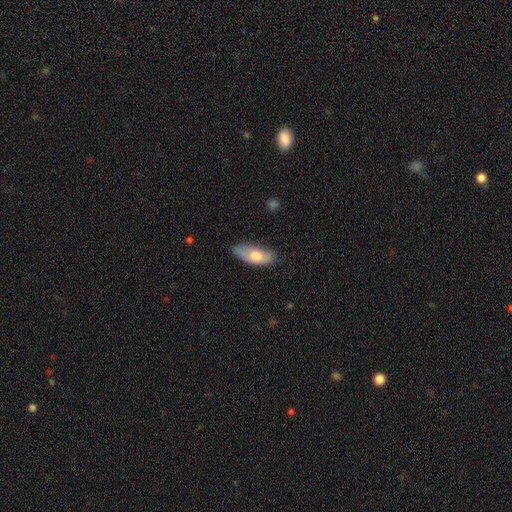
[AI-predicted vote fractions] Morphology: type=smooth (71%); roundness=in between (81%); merging=none (70%).